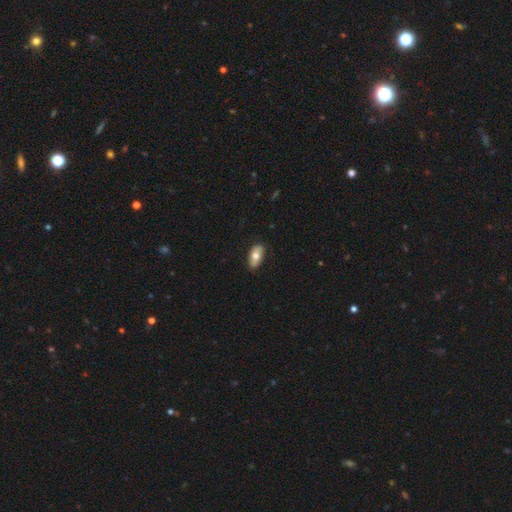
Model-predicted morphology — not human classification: Overall: smooth (69%). How rounded: in between (91%). Merging: none (84%).